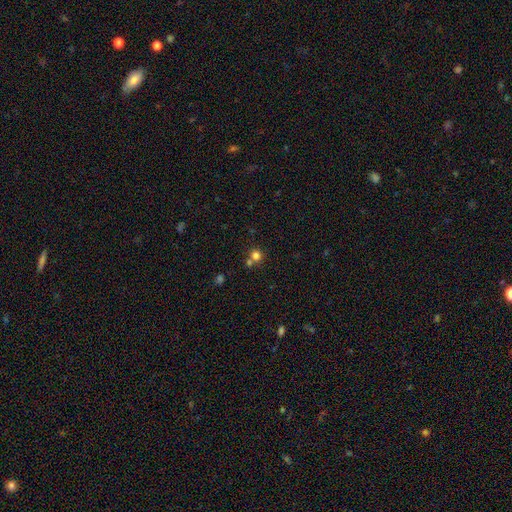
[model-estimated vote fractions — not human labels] Smooth or featured? Predicted: smooth (p=0.77). How rounded? Predicted: round (p=0.90). Merging? Predicted: none (p=0.62).